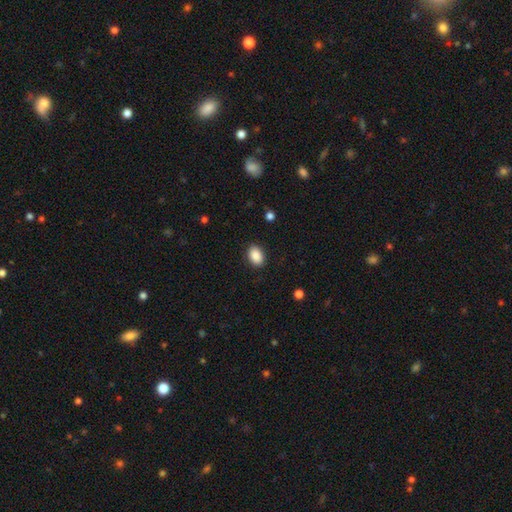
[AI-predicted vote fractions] smooth-or-featured: smooth: 89% | star or artifact: 7% | featured or disk: 3%
  how-rounded: in between: 84% | round: 14% | cigar-shaped: 1%
  merging: none: 88% | minor disturbance: 9% | major disturbance: 2% | merger: 1%